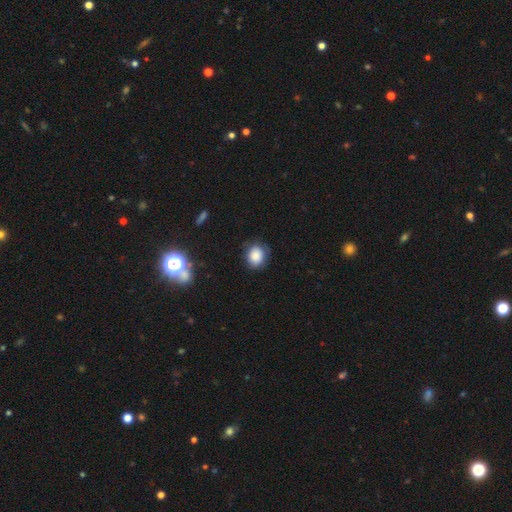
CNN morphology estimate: smooth 83%, star or artifact 10%, featured or disk 7%. Down the decision tree: how rounded — round (64%); merging — none (75%).